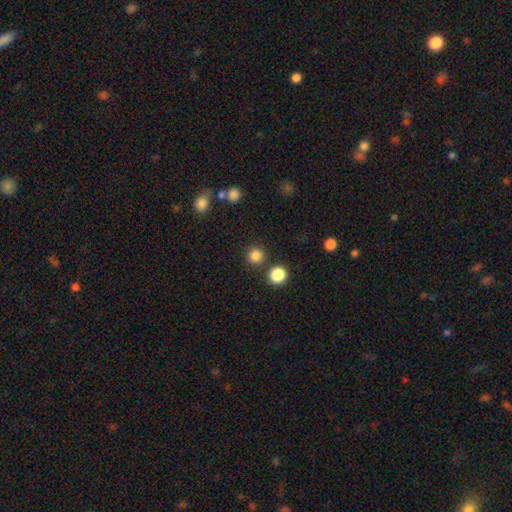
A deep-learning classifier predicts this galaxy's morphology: Smooth or featured? smooth (83%)
How rounded? round (95%)
Merging? none (87%)